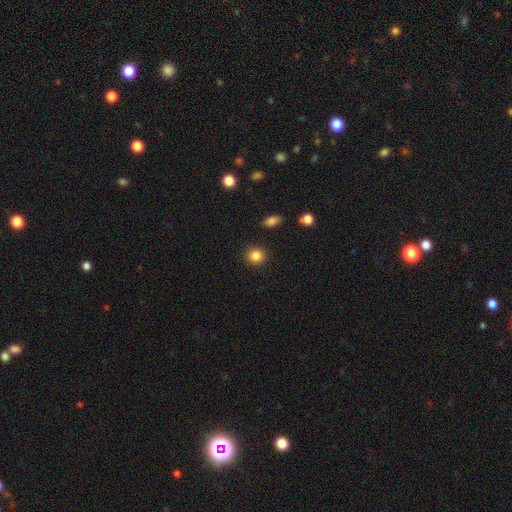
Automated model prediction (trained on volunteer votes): Overall: smooth (86%). How rounded: round (85%). Merging: none (90%).